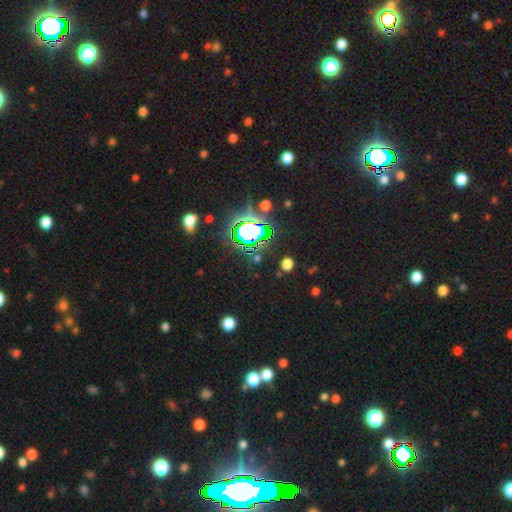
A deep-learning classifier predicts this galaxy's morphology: type=star or artifact (74%).